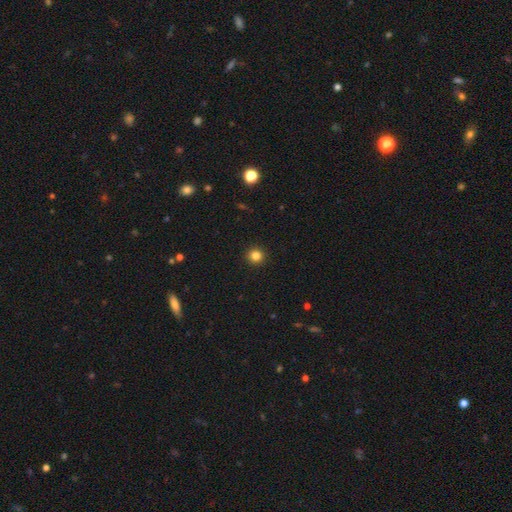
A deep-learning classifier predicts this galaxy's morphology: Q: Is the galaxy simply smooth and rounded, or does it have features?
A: smooth — 83%.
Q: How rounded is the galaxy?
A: round — 94%.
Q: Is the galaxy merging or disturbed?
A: none — 93%.